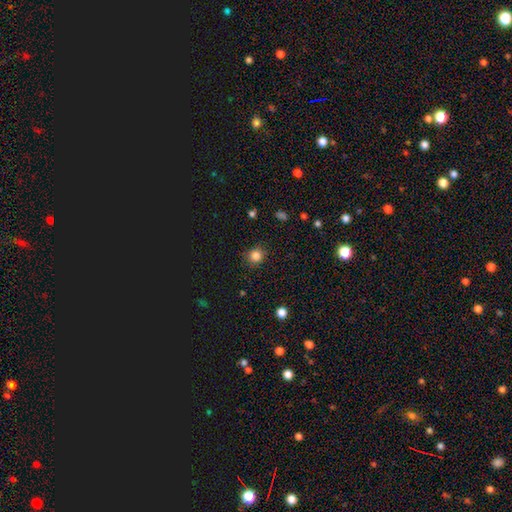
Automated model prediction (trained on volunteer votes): smooth 83%, star or artifact 13%, featured or disk 5%. Down the decision tree: how rounded — round (88%); merging — none (88%).